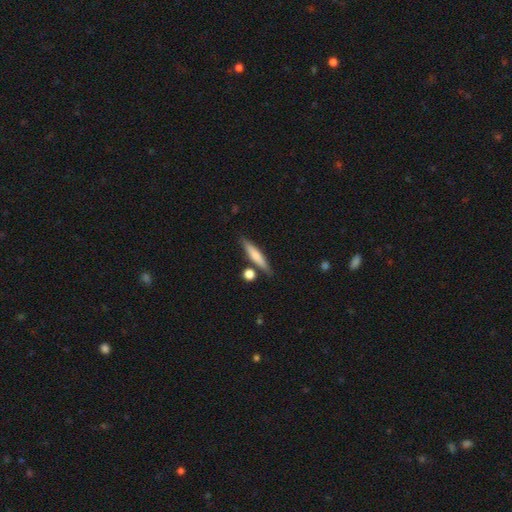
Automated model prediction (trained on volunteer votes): Smooth or featured? Predicted: smooth (p=0.65). How rounded? Predicted: cigar-shaped (p=0.87). Merging? Predicted: none (p=0.78).